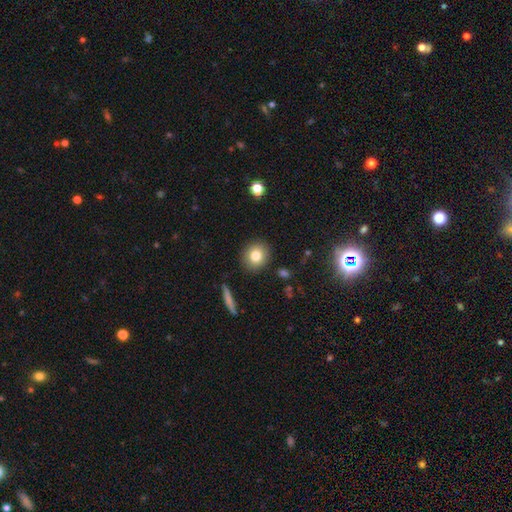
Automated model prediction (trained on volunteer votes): Q: Smooth or featured?
A: smooth (80%); runner-up: featured or disk (10%)
Q: How rounded?
A: round (81%); runner-up: in between (17%)
Q: Merging?
A: none (89%); runner-up: minor disturbance (7%)